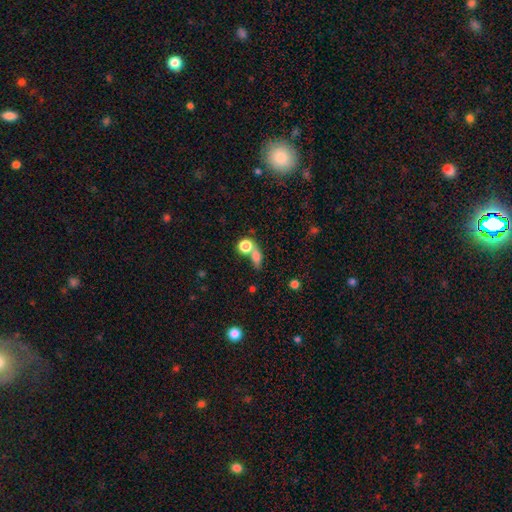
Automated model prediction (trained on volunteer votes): Smooth or featured?
  - smooth: 73% *
  - star or artifact: 15%
  - featured or disk: 13%
How rounded?
  - in between: 52% *
  - round: 36%
  - cigar-shaped: 12%
Merging?
  - merger: 43% *
  - none: 40%
  - minor disturbance: 10%
  - major disturbance: 7%